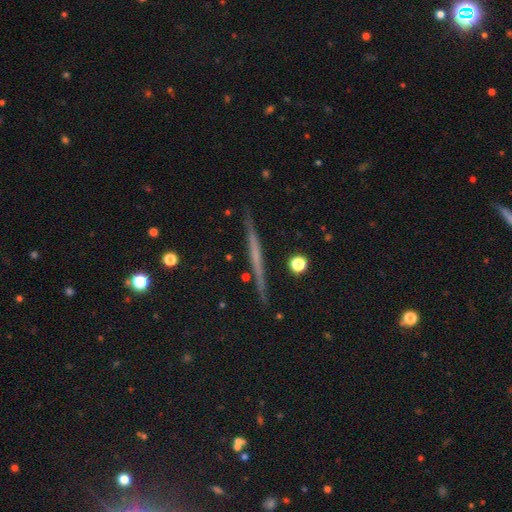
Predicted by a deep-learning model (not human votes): This is possibly a featured or disk galaxy (60%). It is clearly viewed edge-on (98%). Edge-on bulge: clearly none (83%). Merging: clearly none (90%).